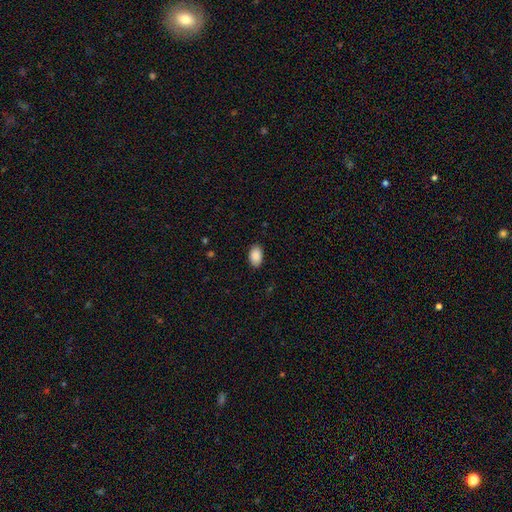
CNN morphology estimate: Q: Smooth or featured?
A: smooth (90%); runner-up: star or artifact (7%)
Q: How rounded?
A: in between (91%); runner-up: round (7%)
Q: Merging?
A: none (88%); runner-up: minor disturbance (9%)